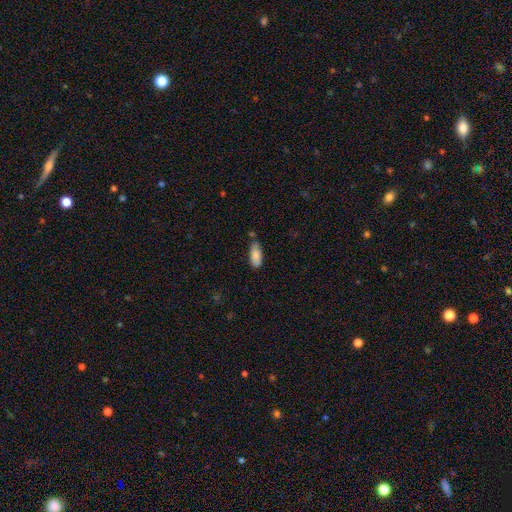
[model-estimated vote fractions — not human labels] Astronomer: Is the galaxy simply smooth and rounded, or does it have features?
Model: smooth — 83%.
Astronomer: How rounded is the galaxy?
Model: in between — 86%.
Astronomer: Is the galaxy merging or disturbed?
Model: none — 71%.